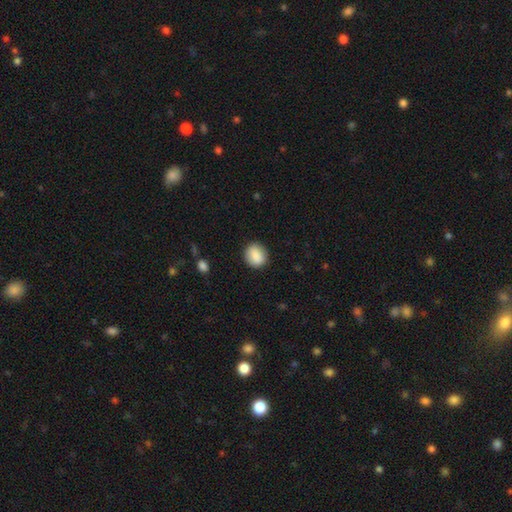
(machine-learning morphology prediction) This appears to be a smooth galaxy with no disk features (88%) that is round (62%). Merging: none (87%).